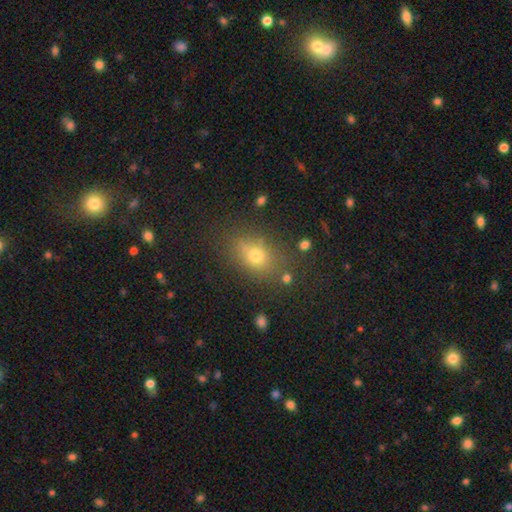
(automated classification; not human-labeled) smooth-or-featured: smooth: 70% | star or artifact: 16% | featured or disk: 13%
  how-rounded: in between: 65% | round: 31% | cigar-shaped: 3%
  merging: none: 77% | minor disturbance: 14% | major disturbance: 5% | merger: 4%